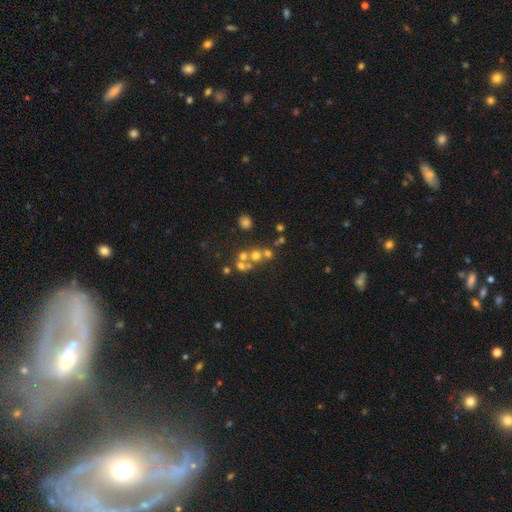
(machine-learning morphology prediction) smooth 50%, featured or disk 26%, star or artifact 24%. Down the decision tree: how rounded — round (85%); merging — merger (44%).